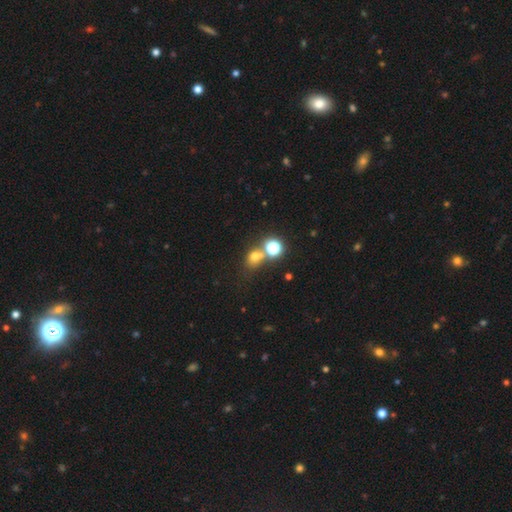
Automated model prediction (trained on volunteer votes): A smooth galaxy with no disk features (66%) that is round (70%).

Vote fractions:
- Smooth or featured? smooth: 66% / star or artifact: 24% / featured or disk: 10%
- How rounded? round: 70% / in between: 29% / cigar-shaped: 1%
- Merging? none: 50% / merger: 34% / minor disturbance: 10% / major disturbance: 6%